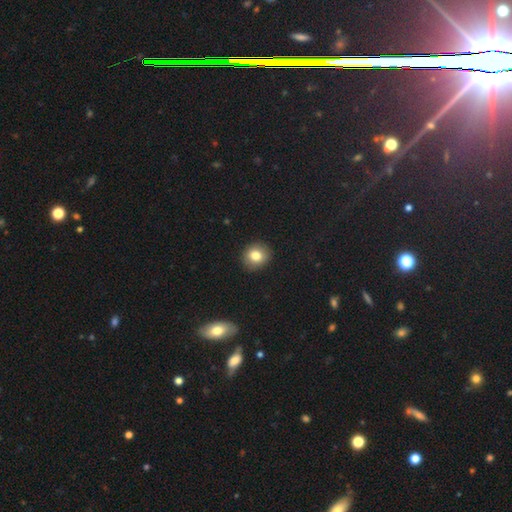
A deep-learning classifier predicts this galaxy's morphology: This appears to be a smooth galaxy with no disk features (82%) that is round (83%). Merging: none (90%).